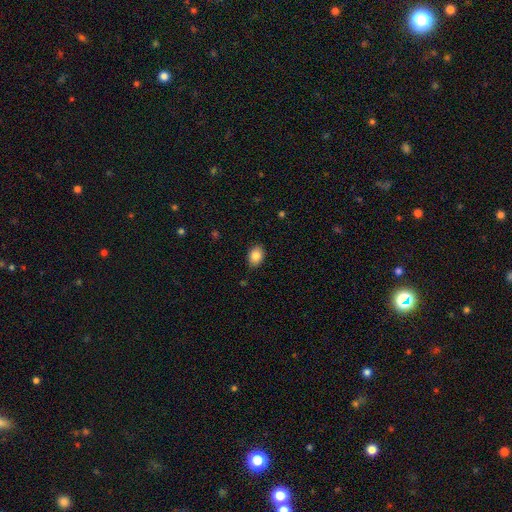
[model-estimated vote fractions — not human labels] Overall: smooth (86%). How rounded: in between (73%). Merging: none (85%).